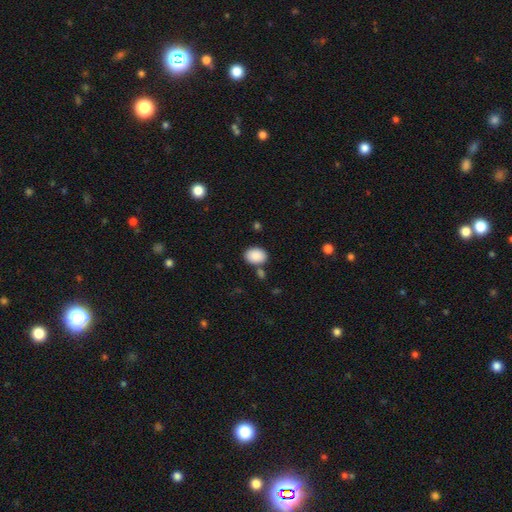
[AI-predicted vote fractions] Overall: smooth (89%). How rounded: in between (77%). Merging: none (76%).